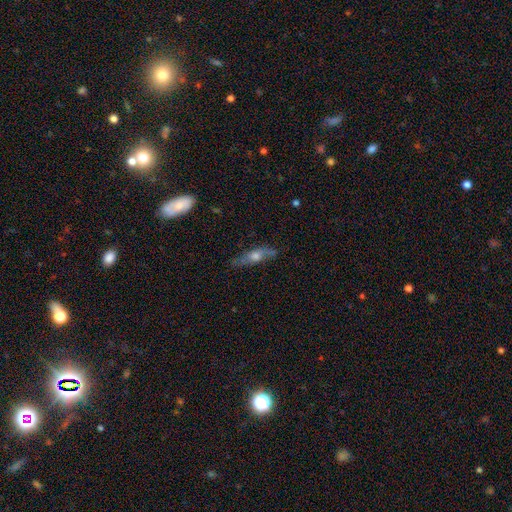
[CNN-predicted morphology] This is possibly a featured or disk galaxy (57%). It is likely viewed edge-on (64%). Merging: likely none (73%).